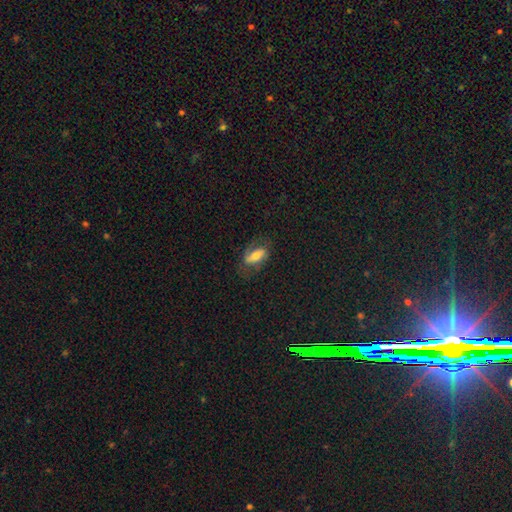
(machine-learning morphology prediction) A smooth galaxy with no disk features (48%). Merging: none (65%).